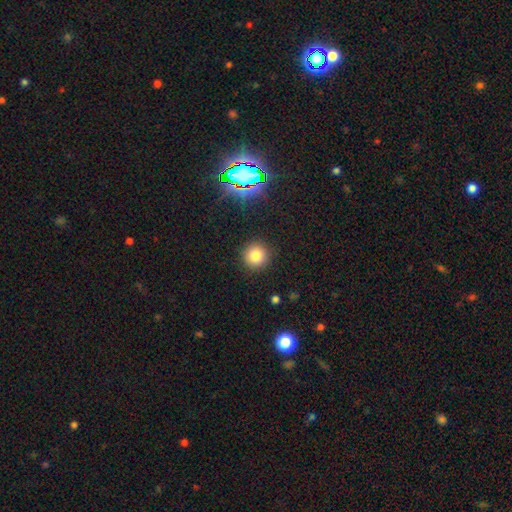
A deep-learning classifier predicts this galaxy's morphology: type=smooth (79%); roundness=round (95%); merging=none (91%).